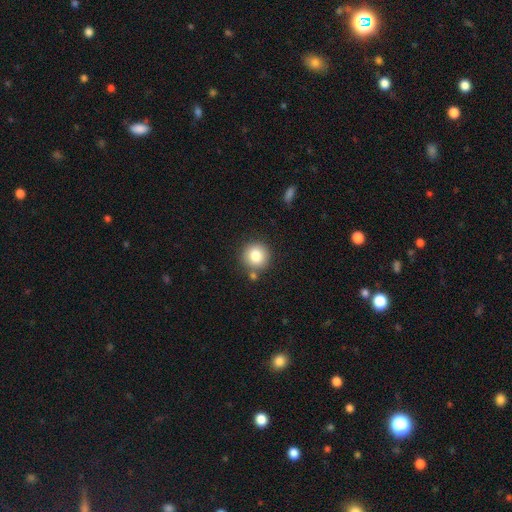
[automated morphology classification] This appears to be a smooth galaxy with no disk features (82%) that is round (93%). Merging: none (81%).